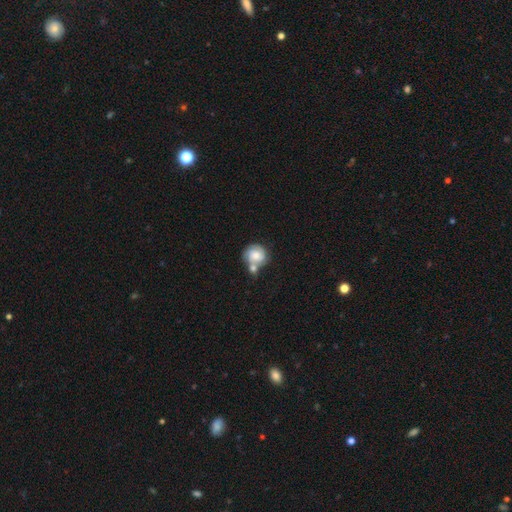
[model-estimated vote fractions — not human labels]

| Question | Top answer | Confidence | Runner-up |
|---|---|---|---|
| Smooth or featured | smooth | 53% | featured or disk (40%) |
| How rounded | round | 80% | in between (19%) |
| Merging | merger | 43% | none (36%) |